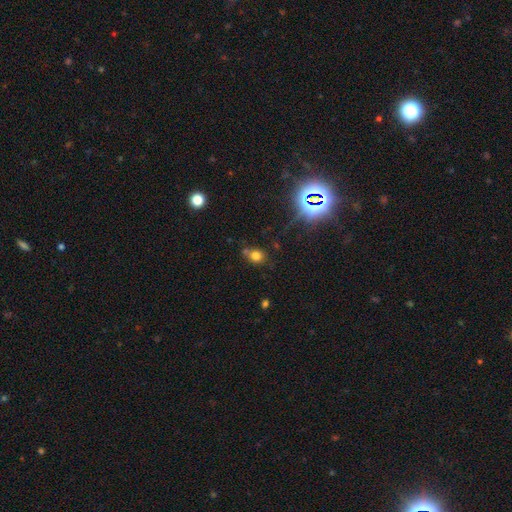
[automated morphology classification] smooth-or-featured: smooth: 71% | star or artifact: 20% | featured or disk: 9%
  how-rounded: round: 66% | in between: 32% | cigar-shaped: 1%
  merging: none: 65% | minor disturbance: 16% | merger: 14% | major disturbance: 5%